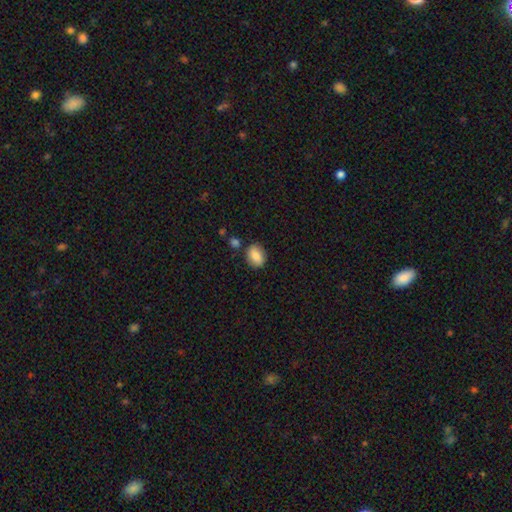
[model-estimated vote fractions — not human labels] smooth-or-featured: smooth: 85% | star or artifact: 8% | featured or disk: 7%
  how-rounded: in between: 68% | round: 30% | cigar-shaped: 1%
  merging: none: 80% | minor disturbance: 12% | merger: 5% | major disturbance: 3%